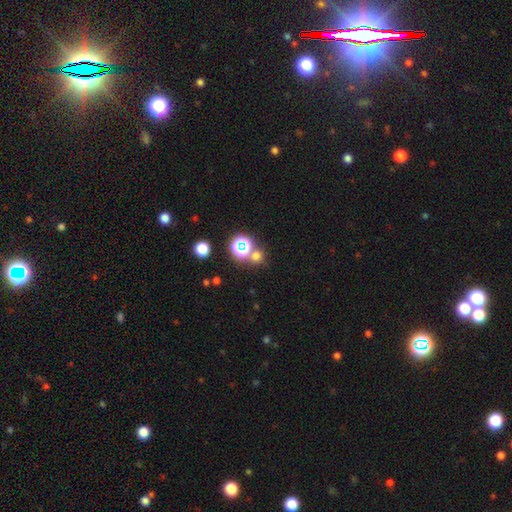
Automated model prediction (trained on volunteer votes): Smooth or featured?
  - smooth: 55% *
  - star or artifact: 37%
  - featured or disk: 7%
How rounded?
  - round: 85% *
  - in between: 14%
  - cigar-shaped: 1%
Merging?
  - none: 68% *
  - merger: 21%
  - minor disturbance: 8%
  - major disturbance: 4%